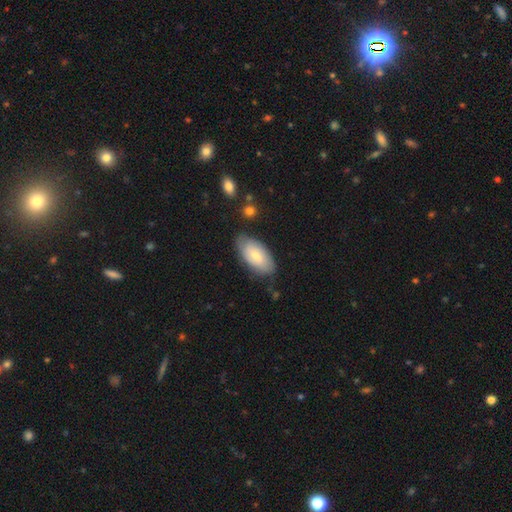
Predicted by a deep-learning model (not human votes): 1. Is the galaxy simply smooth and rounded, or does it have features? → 57% smooth, 37% featured or disk, 6% star or artifact.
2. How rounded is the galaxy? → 94% in between, 4% cigar-shaped, 3% round.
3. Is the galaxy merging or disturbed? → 74% none, 20% minor disturbance, 4% major disturbance, 2% merger.